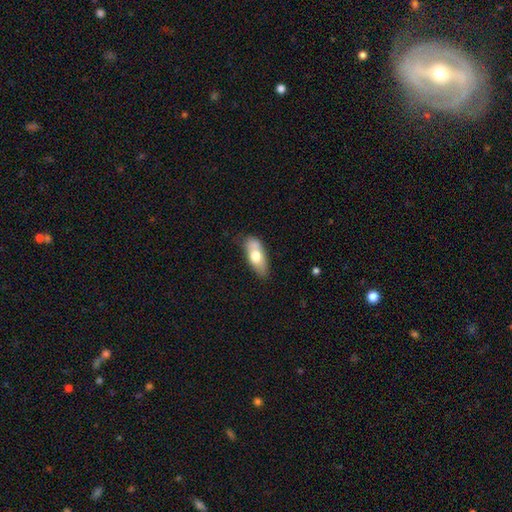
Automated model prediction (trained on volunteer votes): Smooth or featured?
  - smooth: 66% *
  - featured or disk: 28%
  - star or artifact: 7%
How rounded?
  - in between: 81% *
  - cigar-shaped: 15%
  - round: 4%
Merging?
  - none: 61% *
  - minor disturbance: 25%
  - merger: 8%
  - major disturbance: 7%